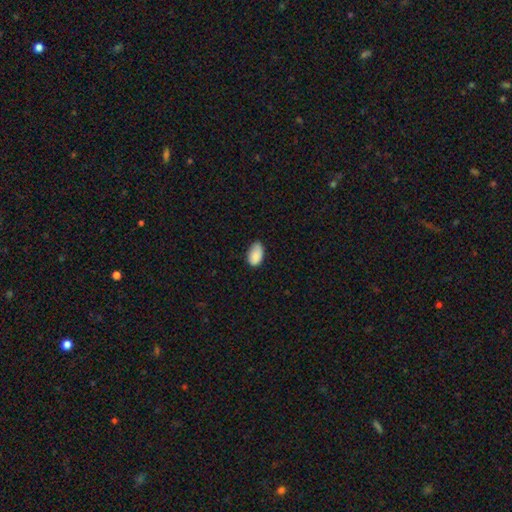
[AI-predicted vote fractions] Q: Smooth or featured?
A: smooth (87%); runner-up: star or artifact (7%)
Q: How rounded?
A: in between (93%); runner-up: round (6%)
Q: Merging?
A: none (65%); runner-up: minor disturbance (29%)